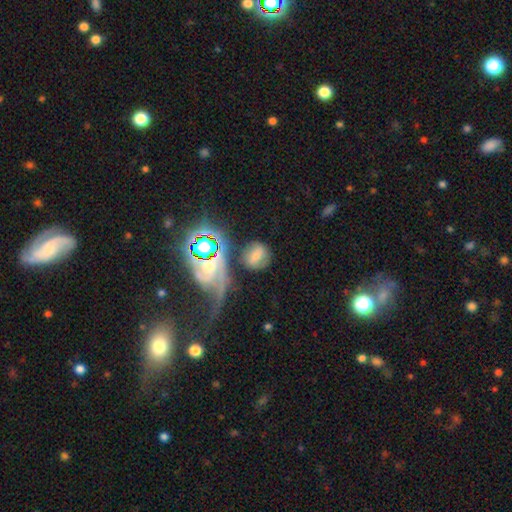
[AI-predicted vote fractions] A smooth galaxy with no disk features (55%) that is round (67%). Merging: none (63%).